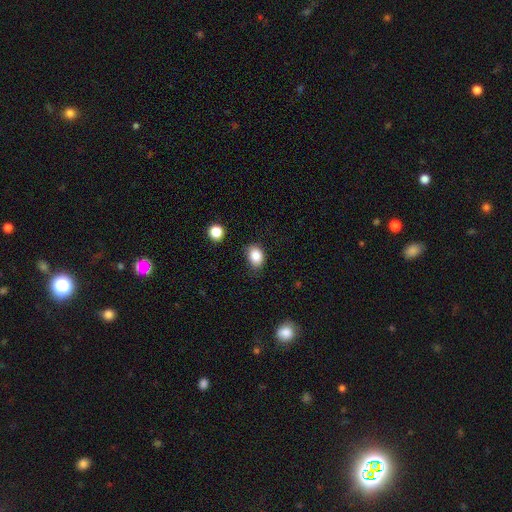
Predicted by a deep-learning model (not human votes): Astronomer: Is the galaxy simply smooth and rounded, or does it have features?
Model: smooth — 86%.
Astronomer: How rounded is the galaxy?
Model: in between — 66%.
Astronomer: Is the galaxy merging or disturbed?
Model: none — 72%.